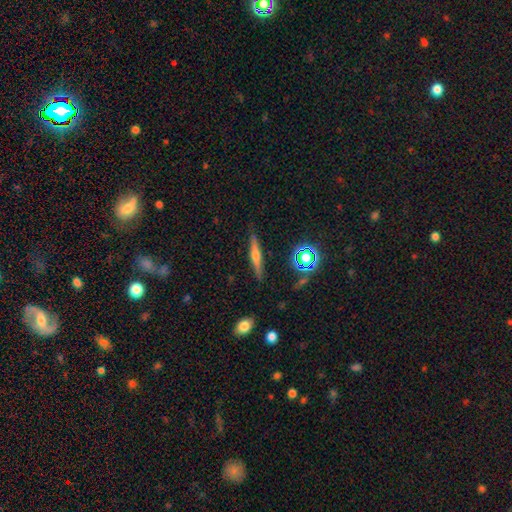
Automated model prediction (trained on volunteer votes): This is possibly a featured or disk galaxy (49%). Merging: clearly none (87%).